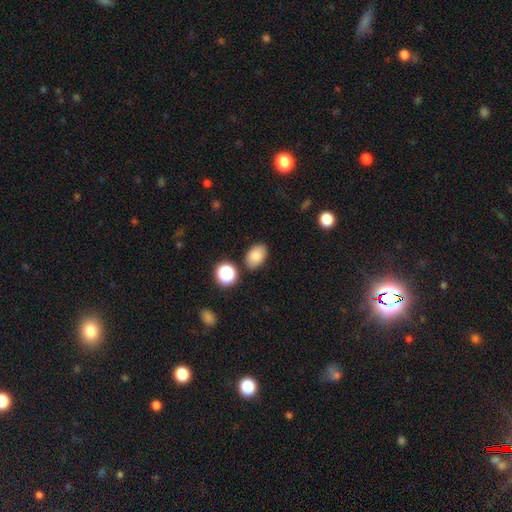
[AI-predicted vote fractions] Smooth or featured? smooth (82%)
How rounded? in between (83%)
Merging? none (83%)